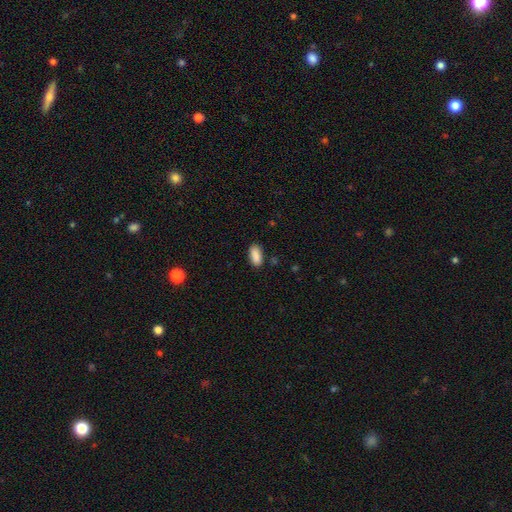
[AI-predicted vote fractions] Smooth or featured: smooth — 89% (star or artifact — 7%)
How rounded: in between — 88% (cigar-shaped — 9%)
Merging: none — 85% (minor disturbance — 11%)